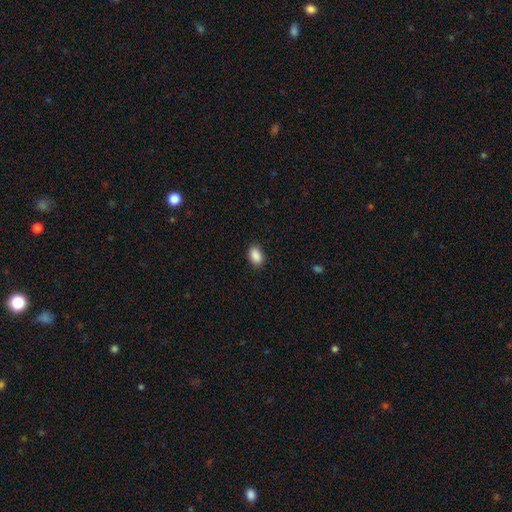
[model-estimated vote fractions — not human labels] Smooth or featured?
  - smooth: 89% *
  - star or artifact: 8%
  - featured or disk: 3%
How rounded?
  - in between: 87% *
  - round: 12%
  - cigar-shaped: 1%
Merging?
  - none: 87% *
  - minor disturbance: 9%
  - major disturbance: 2%
  - merger: 1%